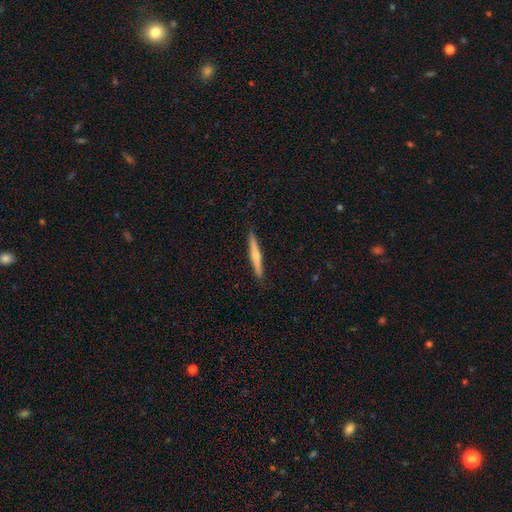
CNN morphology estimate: Q: Smooth or featured?
A: featured or disk (53%); runner-up: smooth (42%)
Q: Edge-on disk?
A: yes (97%); runner-up: no (3%)
Q: Edge-on bulge?
A: rounded (80%); runner-up: none (16%)
Q: Merging?
A: none (90%); runner-up: minor disturbance (7%)